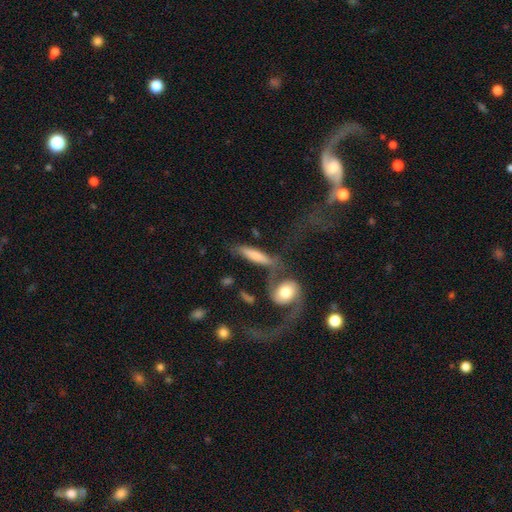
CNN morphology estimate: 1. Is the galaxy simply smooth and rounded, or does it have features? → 58% smooth, 35% featured or disk, 7% star or artifact.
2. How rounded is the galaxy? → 67% cigar-shaped, 28% in between, 5% round.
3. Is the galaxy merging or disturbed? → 43% none, 29% merger, 16% minor disturbance, 12% major disturbance.